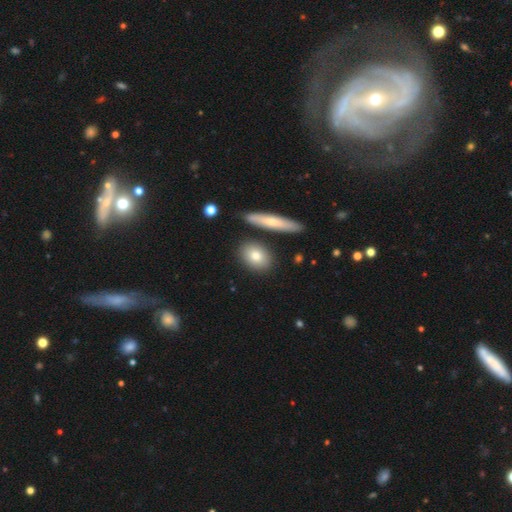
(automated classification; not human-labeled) A smooth galaxy with no disk features (78%) that is in between round and cigar-shaped (66%). Merging: none (82%).